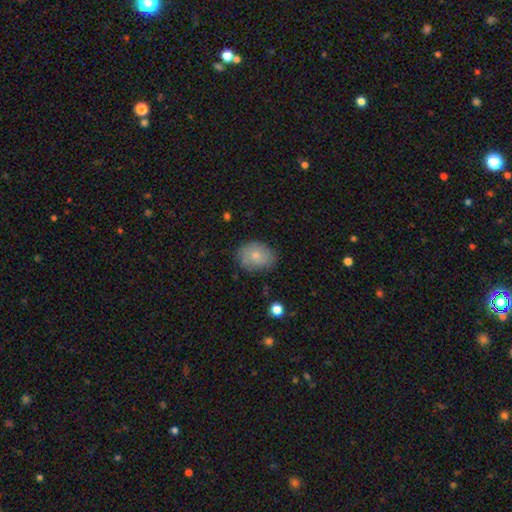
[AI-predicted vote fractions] This is likely a smooth galaxy (75%). How rounded: likely in between (62%). Merging: likely none (72%).